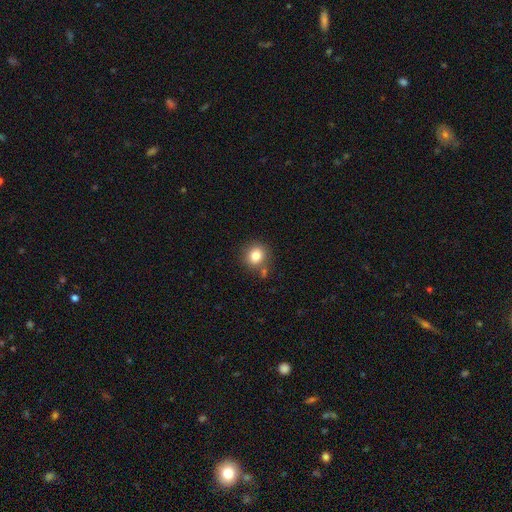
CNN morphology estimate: The model was most divided on "merging": none: 76%, minor disturbance: 12%, merger: 9%, major disturbance: 3%. More confident: how rounded — round (83%); smooth or featured — smooth (82%).